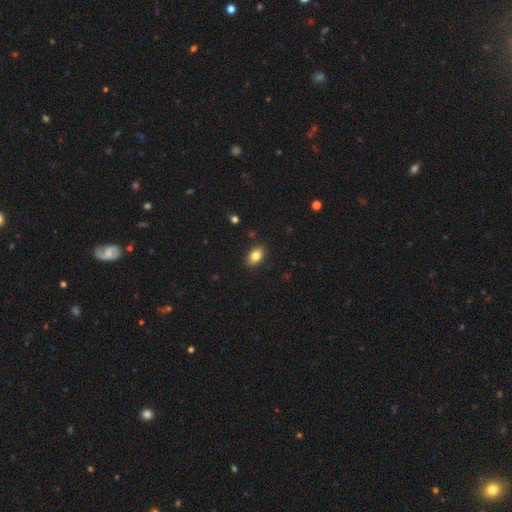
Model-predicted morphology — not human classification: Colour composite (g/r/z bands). It shows a smooth galaxy with no disk features (80%) that is in between round and cigar-shaped (87%). Merging: none (89%).